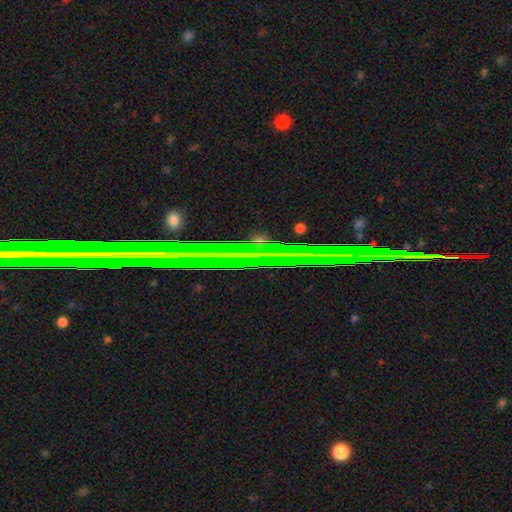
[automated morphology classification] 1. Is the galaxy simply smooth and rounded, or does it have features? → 64% star or artifact, 24% featured or disk, 12% smooth.